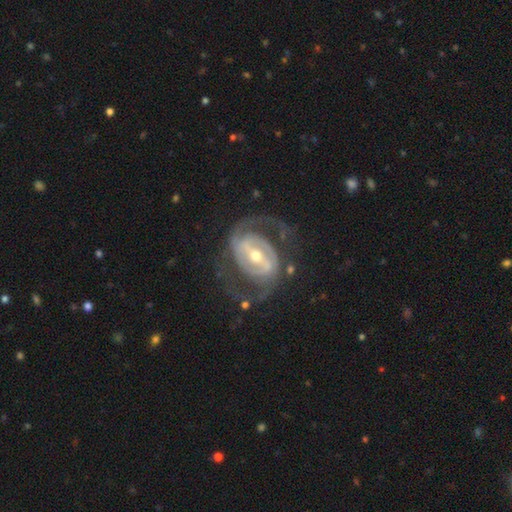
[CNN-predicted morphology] Smooth or featured? Predicted: featured or disk (p=0.91). Edge-on disk? Predicted: no (p=0.97). Bar? Predicted: strong (p=0.57). Spiral arms? Predicted: yes (p=0.96). Spiral winding? Predicted: medium (p=0.50). Spiral arm count? Predicted: 2 (p=0.84). Bulge size? Predicted: moderate (p=0.54). Merging? Predicted: none (p=0.70).